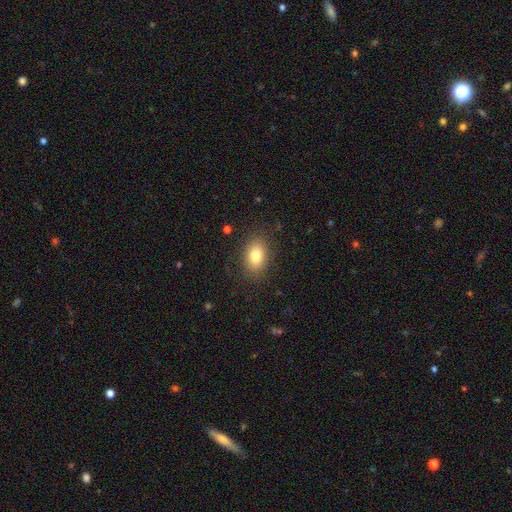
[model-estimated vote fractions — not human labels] smooth 81%, featured or disk 10%, star or artifact 9%. Down the decision tree: how rounded — in between (82%); merging — none (85%).